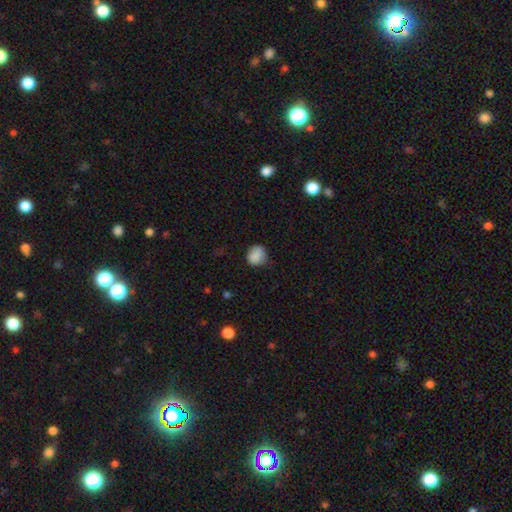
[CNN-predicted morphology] Smooth or featured? smooth (85%)
How rounded? round (74%)
Merging? none (65%)